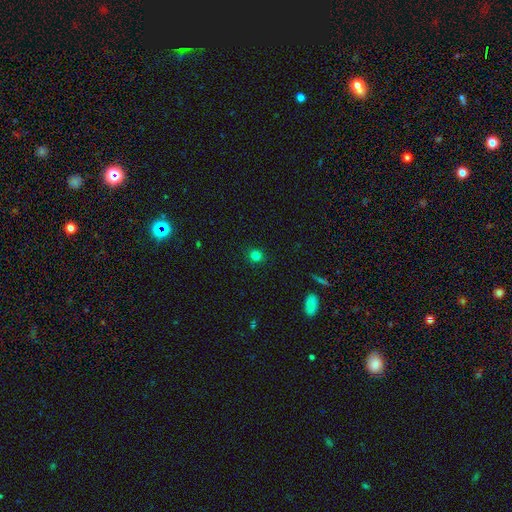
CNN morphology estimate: Q: Smooth or featured?
A: smooth (80%); runner-up: star or artifact (15%)
Q: How rounded?
A: round (92%); runner-up: in between (7%)
Q: Merging?
A: none (91%); runner-up: minor disturbance (6%)